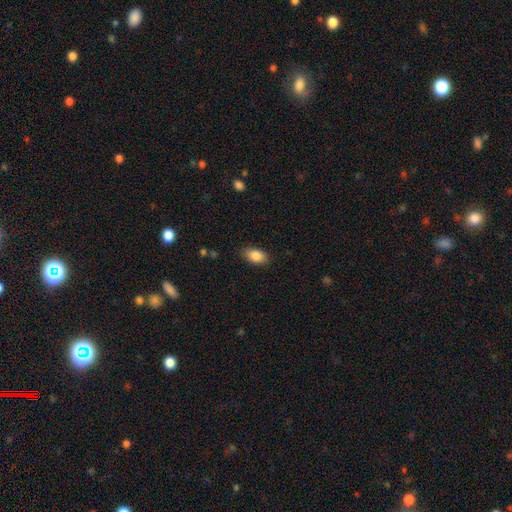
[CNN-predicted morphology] Smooth or featured? Predicted: smooth (p=0.86). How rounded? Predicted: in between (p=0.91). Merging? Predicted: none (p=0.85).